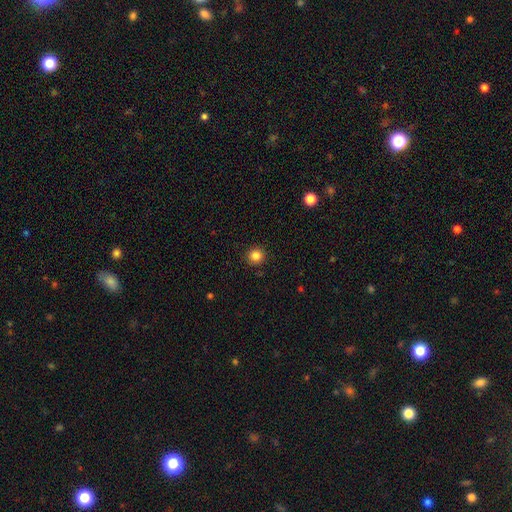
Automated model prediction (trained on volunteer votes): The model was most divided on "smooth or featured": smooth: 84%, star or artifact: 11%, featured or disk: 4%. More confident: how rounded — round (92%); merging — none (91%).